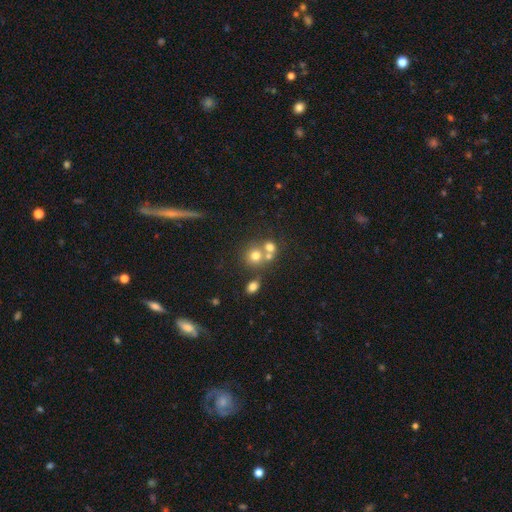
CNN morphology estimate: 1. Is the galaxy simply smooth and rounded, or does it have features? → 62% smooth, 19% featured or disk, 19% star or artifact.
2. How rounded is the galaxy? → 83% round, 15% in between, 2% cigar-shaped.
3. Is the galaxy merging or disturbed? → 47% none, 41% merger, 8% minor disturbance, 4% major disturbance.